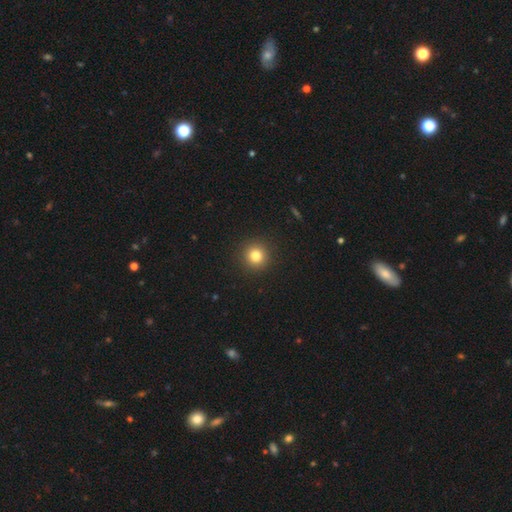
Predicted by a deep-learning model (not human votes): This appears to be a smooth galaxy with no disk features (81%) that is round (94%). Merging: none (92%).